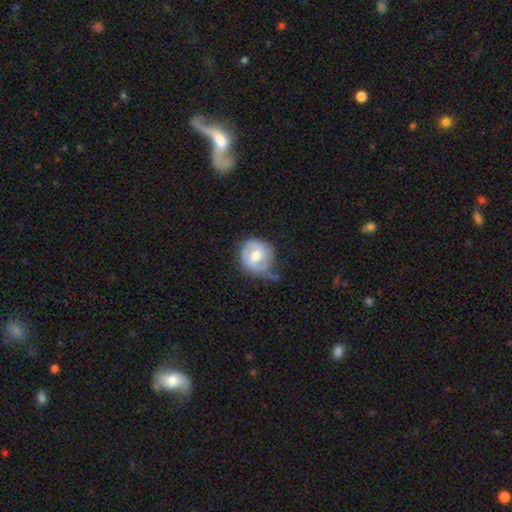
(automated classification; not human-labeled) Smooth or featured?
  - featured or disk: 49% *
  - smooth: 45%
  - star or artifact: 6%
Merging?
  - none: 47% *
  - minor disturbance: 32%
  - major disturbance: 16%
  - merger: 5%